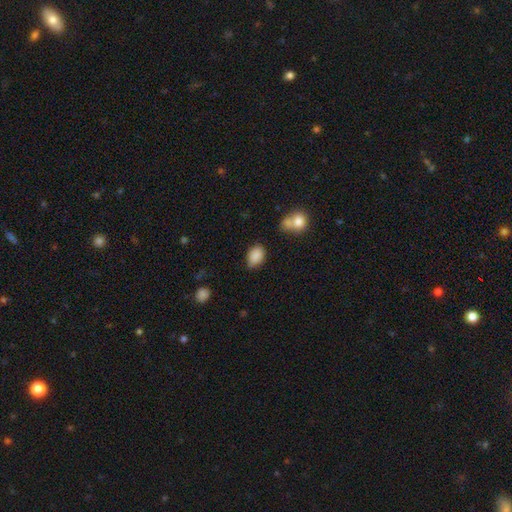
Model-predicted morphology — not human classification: Overall: smooth (87%). How rounded: in between (83%). Merging: none (73%).